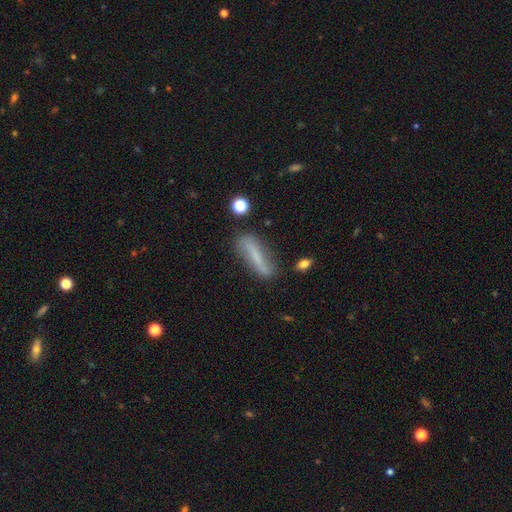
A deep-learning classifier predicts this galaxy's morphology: smooth_or_featured: smooth (p=0.46) [alt: featured or disk p=0.44]
merging: none (p=0.66) [alt: minor disturbance p=0.21]